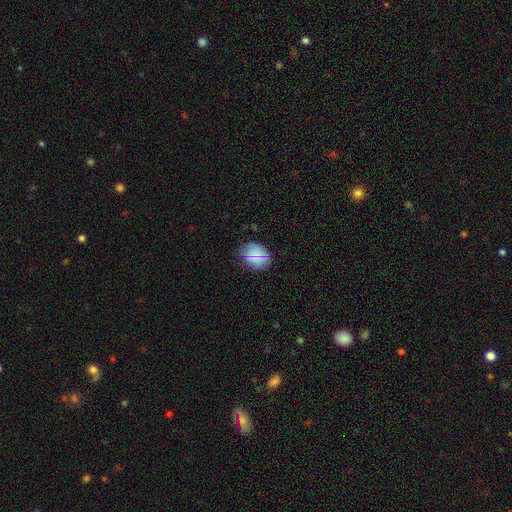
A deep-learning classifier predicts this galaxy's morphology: Smooth or featured: smooth — 72% (star or artifact — 17%)
How rounded: in between — 54% (round — 44%)
Merging: none — 81% (minor disturbance — 14%)